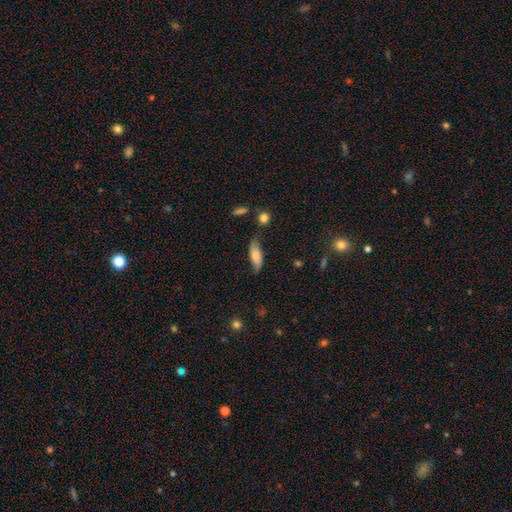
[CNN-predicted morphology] Smooth or featured? smooth (71%)
How rounded? in between (65%)
Merging? none (63%)